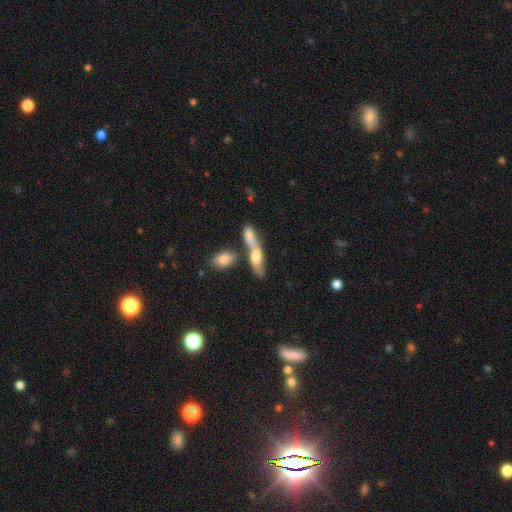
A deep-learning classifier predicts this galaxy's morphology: The model was most divided on "how rounded": in between: 53%, cigar-shaped: 42%, round: 5%. More confident: smooth or featured — smooth (59%); merging — merger (51%).